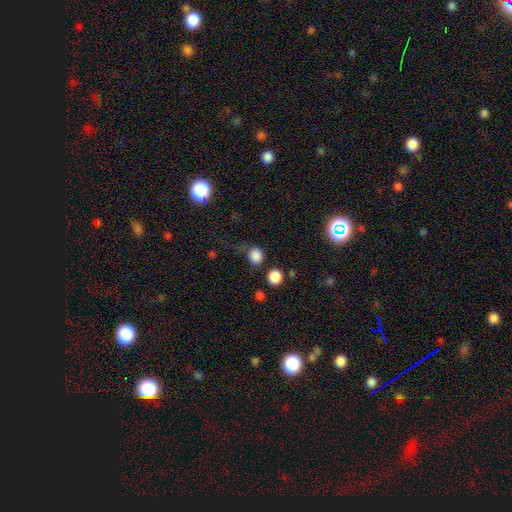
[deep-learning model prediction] A smooth galaxy with no disk features (83%) that is round (85%). Merging: none (68%).